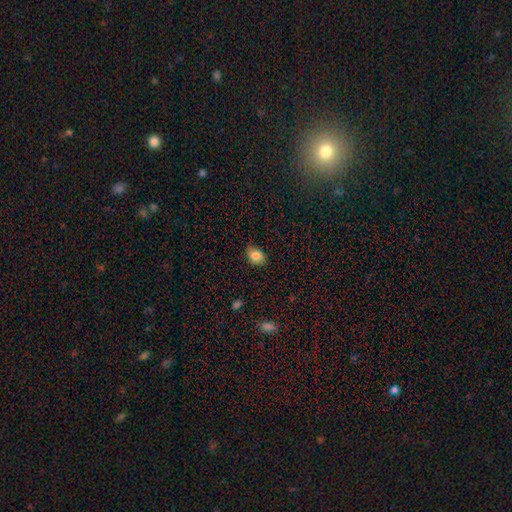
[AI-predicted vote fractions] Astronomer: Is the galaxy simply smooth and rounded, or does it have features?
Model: smooth — 85%.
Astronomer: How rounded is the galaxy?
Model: in between — 69%.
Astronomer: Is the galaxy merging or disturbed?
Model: none — 74%.